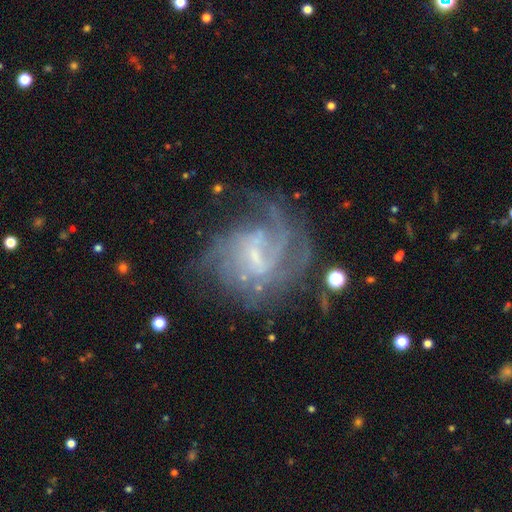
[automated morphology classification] Smooth or featured: featured or disk — 81% (smooth — 9%)
Edge-on disk: no — 98% (yes — 2%)
Bar: weak — 54% (no — 32%)
Spiral arms: yes — 88% (no — 12%)
Spiral winding: medium — 42% (tight — 34%)
Spiral arm count: can't tell — 38% (2 — 19%)
Bulge size: small — 59% (none — 19%)
Merging: none — 54% (major disturbance — 25%)